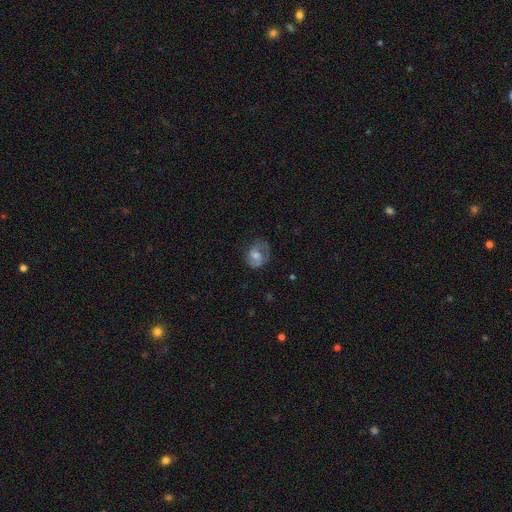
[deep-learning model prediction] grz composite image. It shows a smooth galaxy with no disk features (51%) that is round (52%). Merging: none (53%).